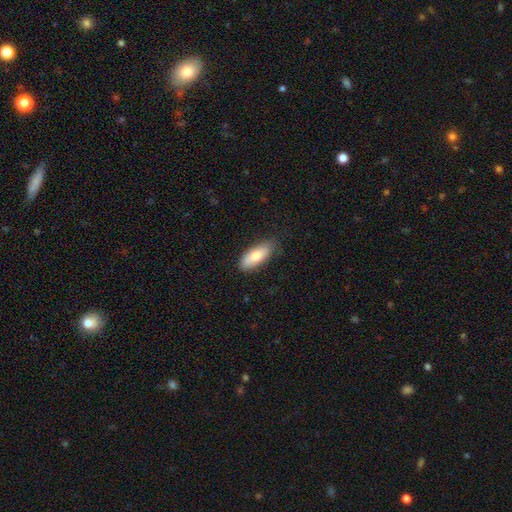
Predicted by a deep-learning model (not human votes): Smooth or featured?
  - smooth: 75% *
  - featured or disk: 19%
  - star or artifact: 6%
How rounded?
  - in between: 76% *
  - cigar-shaped: 22%
  - round: 2%
Merging?
  - none: 80% *
  - minor disturbance: 16%
  - major disturbance: 3%
  - merger: 1%